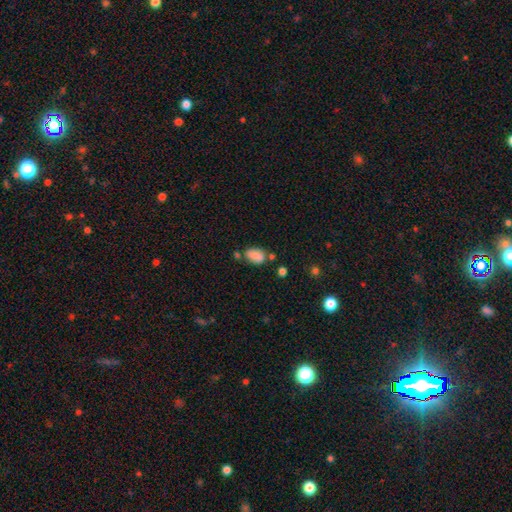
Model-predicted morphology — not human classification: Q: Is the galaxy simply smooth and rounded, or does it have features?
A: smooth — 81%.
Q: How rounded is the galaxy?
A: in between — 88%.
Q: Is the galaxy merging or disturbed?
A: none — 55%.